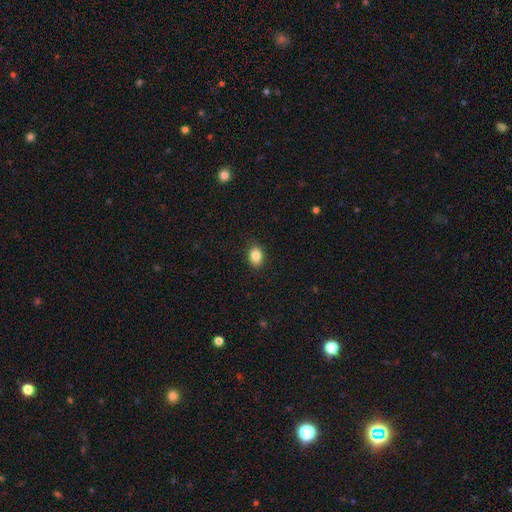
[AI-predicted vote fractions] smooth_or_featured: smooth (p=0.85) [alt: star or artifact p=0.09]
how_rounded: in between (p=0.73) [alt: round p=0.26]
merging: none (p=0.89) [alt: minor disturbance p=0.09]